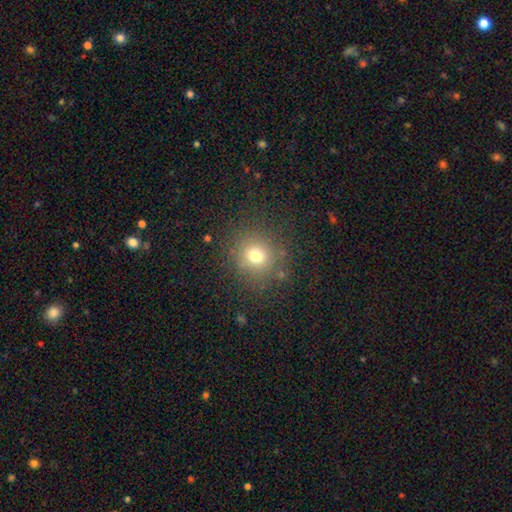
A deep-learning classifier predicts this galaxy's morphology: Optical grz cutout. It shows a smooth galaxy with no disk features (71%) that is round (90%). Merging: none (84%).